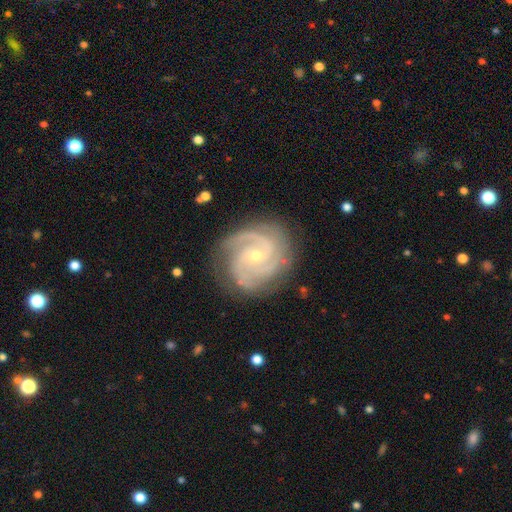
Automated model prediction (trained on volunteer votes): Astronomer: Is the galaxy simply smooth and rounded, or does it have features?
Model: featured or disk — 92%.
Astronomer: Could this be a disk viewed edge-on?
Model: no — 98%.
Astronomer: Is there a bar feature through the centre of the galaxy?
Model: no — 48% (runner-up: weak, 42%).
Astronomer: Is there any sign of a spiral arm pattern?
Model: yes — 98%.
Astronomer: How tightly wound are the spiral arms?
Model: tight — 57% (runner-up: medium, 38%).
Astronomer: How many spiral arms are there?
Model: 3 — 44% (runner-up: 2, 28%).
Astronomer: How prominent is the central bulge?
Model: small — 64%.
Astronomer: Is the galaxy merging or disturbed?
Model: none — 79%.